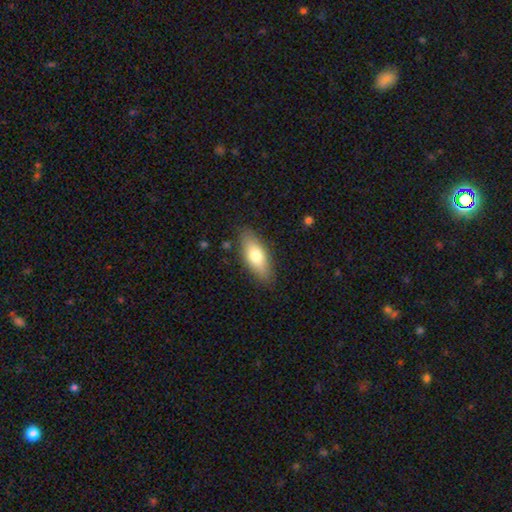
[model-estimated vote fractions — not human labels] Overall: smooth (73%). How rounded: in between (74%). Merging: none (84%).